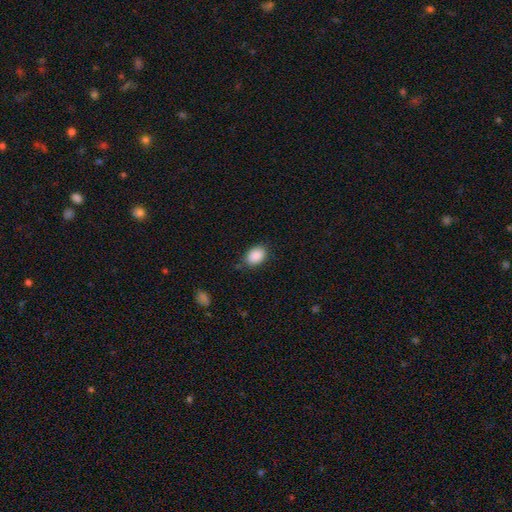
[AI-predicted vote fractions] Smooth or featured? smooth (89%)
How rounded? in between (79%)
Merging? none (79%)